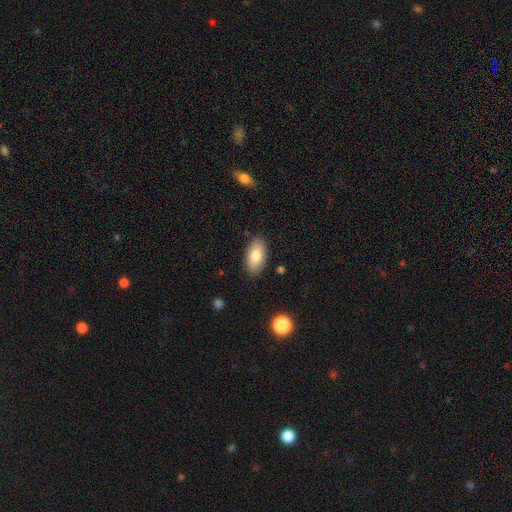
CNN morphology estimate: Smooth or featured?
  - smooth: 79% *
  - featured or disk: 14%
  - star or artifact: 7%
How rounded?
  - in between: 93% *
  - cigar-shaped: 4%
  - round: 3%
Merging?
  - none: 86% *
  - minor disturbance: 10%
  - major disturbance: 2%
  - merger: 1%